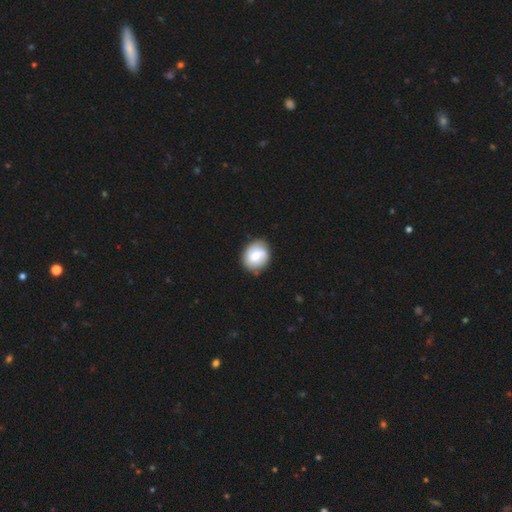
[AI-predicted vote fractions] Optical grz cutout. It shows a smooth galaxy with no disk features (60%) that is round (66%). Merging: none (76%).